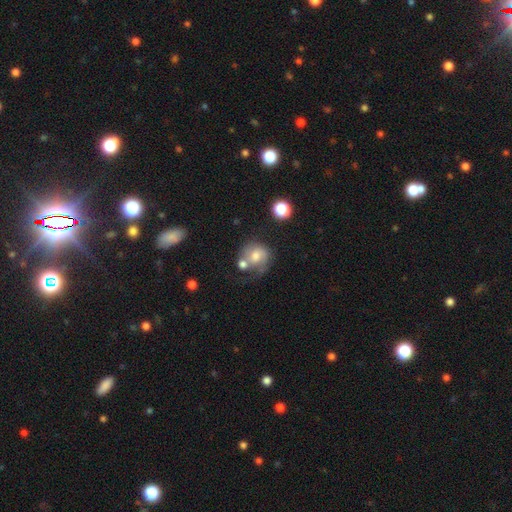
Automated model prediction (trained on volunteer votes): A smooth galaxy with no disk features (48%). Merging: none (36%).